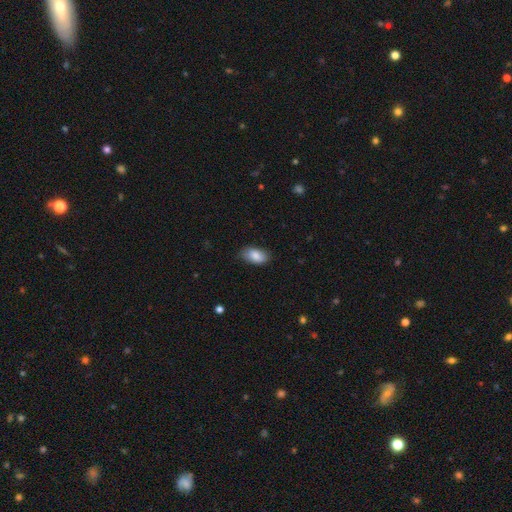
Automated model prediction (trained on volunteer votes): smooth-or-featured: smooth: 86% | featured or disk: 7% | star or artifact: 6%
  how-rounded: in between: 94% | round: 4% | cigar-shaped: 2%
  merging: none: 81% | minor disturbance: 15% | major disturbance: 3% | merger: 1%